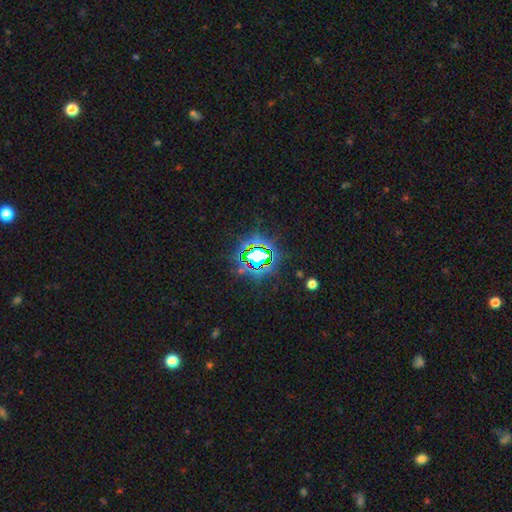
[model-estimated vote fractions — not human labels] The model was most divided on "smooth or featured": star or artifact: 76%, smooth: 14%, featured or disk: 11%.